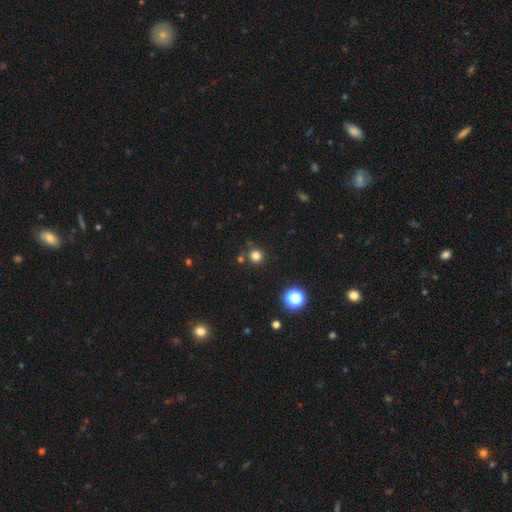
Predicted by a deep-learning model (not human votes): Q: Smooth or featured?
A: smooth (78%); runner-up: star or artifact (17%)
Q: How rounded?
A: round (95%); runner-up: in between (4%)
Q: Merging?
A: none (82%); runner-up: minor disturbance (8%)